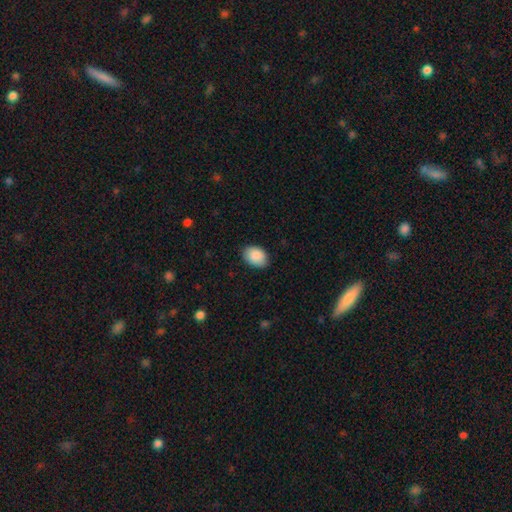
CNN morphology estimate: Smooth or featured?
  - smooth: 89% *
  - star or artifact: 7%
  - featured or disk: 4%
How rounded?
  - in between: 79% *
  - round: 21%
  - cigar-shaped: 1%
Merging?
  - none: 83% *
  - minor disturbance: 13%
  - major disturbance: 2%
  - merger: 1%